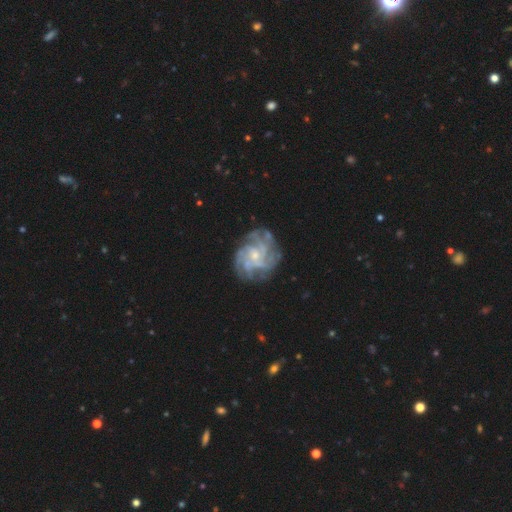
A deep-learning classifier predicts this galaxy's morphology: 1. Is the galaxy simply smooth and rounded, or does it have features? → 87% featured or disk, 7% smooth, 6% star or artifact.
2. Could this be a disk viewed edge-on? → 98% no, 2% yes.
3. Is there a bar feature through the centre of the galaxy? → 67% no, 28% weak, 5% strong.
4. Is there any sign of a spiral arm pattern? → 96% yes, 4% no.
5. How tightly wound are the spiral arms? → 57% tight, 33% medium, 10% loose.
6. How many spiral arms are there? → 26% can't tell, 25% 4, 22% more than 4, 11% 3, 8% 2, 7% 1.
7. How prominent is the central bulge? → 54% small, 37% moderate, 5% none, 3% large, 1% dominant.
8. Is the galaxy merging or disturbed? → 76% none, 15% minor disturbance, 7% major disturbance, 2% merger.